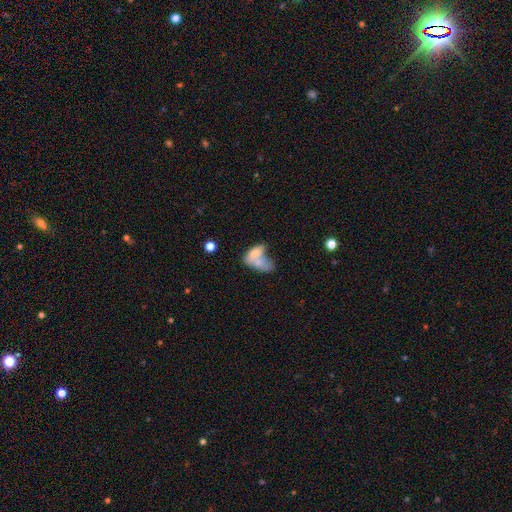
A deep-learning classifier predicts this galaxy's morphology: smooth-or-featured: smooth: 67% | featured or disk: 25% | star or artifact: 8%
  how-rounded: in between: 85% | round: 9% | cigar-shaped: 6%
  merging: merger: 65% | none: 15% | major disturbance: 11% | minor disturbance: 9%